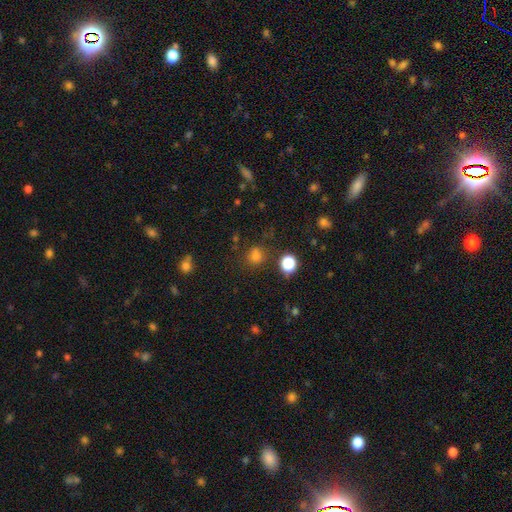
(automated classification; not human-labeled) Smooth or featured? smooth (72%)
How rounded? round (70%)
Merging? none (73%)